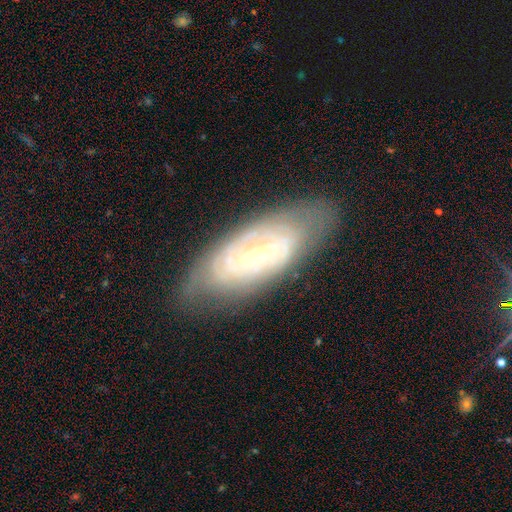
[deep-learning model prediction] A featured or disk galaxy (75%) with no bar (53%), tight (69%) spiral arms (78%) and a small central bulge (67%).

Vote fractions:
- Smooth or featured? featured or disk: 75% / smooth: 18% / star or artifact: 7%
- Edge-on disk? no: 89% / yes: 11%
- Bar? no: 53% / weak: 34% / strong: 13%
- Spiral arms? yes: 78% / no: 22%
- Spiral winding? tight: 69% / medium: 24% / loose: 7%
- Spiral arm count? can't tell: 56% / 2: 25% / 3: 8% / 4: 4% / 1: 4% / more than 4: 3%
- Bulge size? small: 67% / moderate: 29% / large: 2% / none: 1% / dominant: 1%
- Merging? none: 73% / minor disturbance: 19% / major disturbance: 6% / merger: 2%